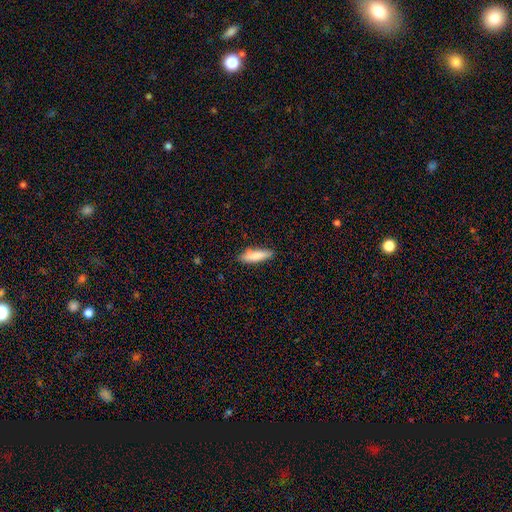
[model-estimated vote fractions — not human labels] Overall: smooth (84%). How rounded: cigar-shaped (55%; in between 43%). Merging: none (80%).